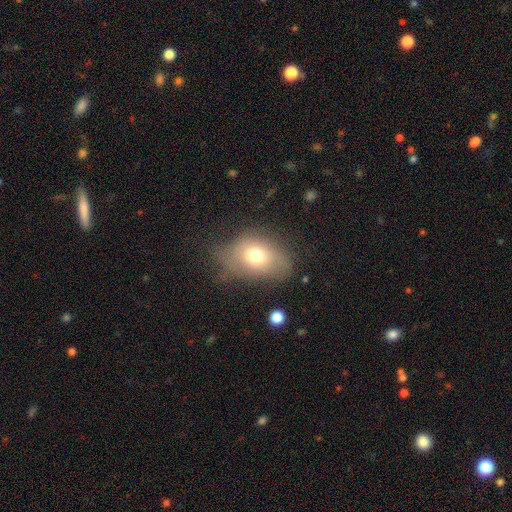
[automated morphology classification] A smooth galaxy with no disk features (69%) that is in between round and cigar-shaped (71%). Merging: none (48%).